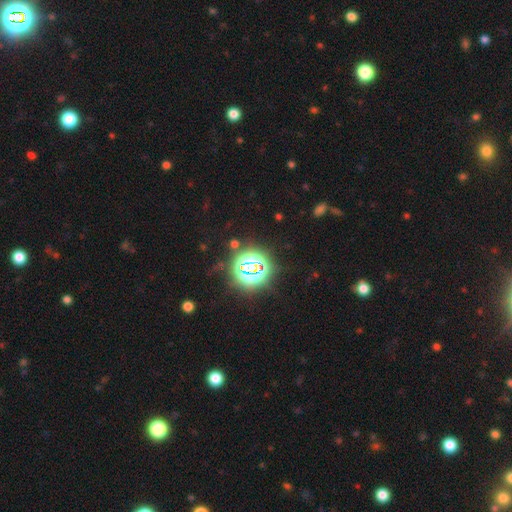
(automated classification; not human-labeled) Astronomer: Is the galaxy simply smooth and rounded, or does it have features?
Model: star or artifact — 76%.